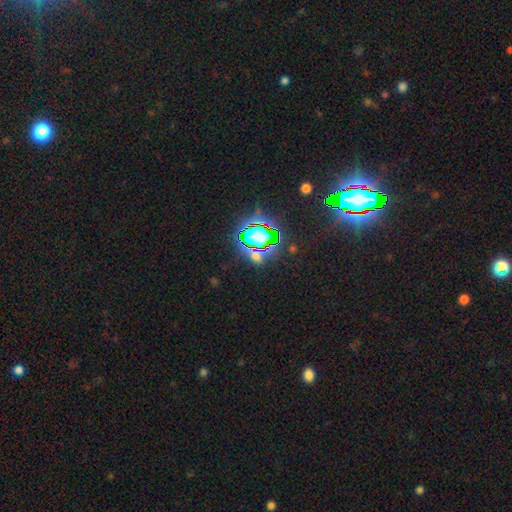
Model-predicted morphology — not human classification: A star or artifact, not a galaxy (74%).

Vote fractions:
- Smooth or featured? star or artifact: 74% / smooth: 16% / featured or disk: 10%